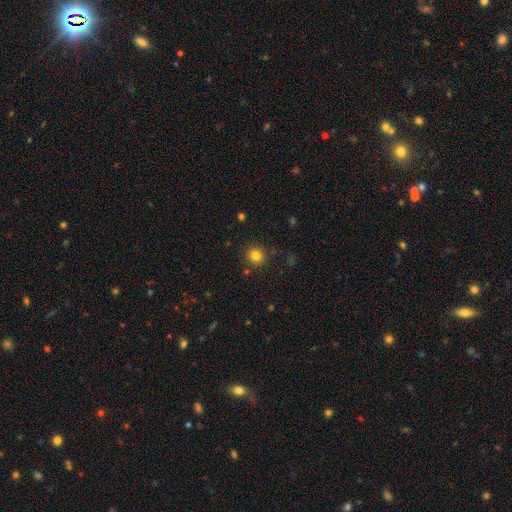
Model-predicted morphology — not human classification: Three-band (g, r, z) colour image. It shows a smooth galaxy with no disk features (81%) that is round (93%). Merging: none (87%).